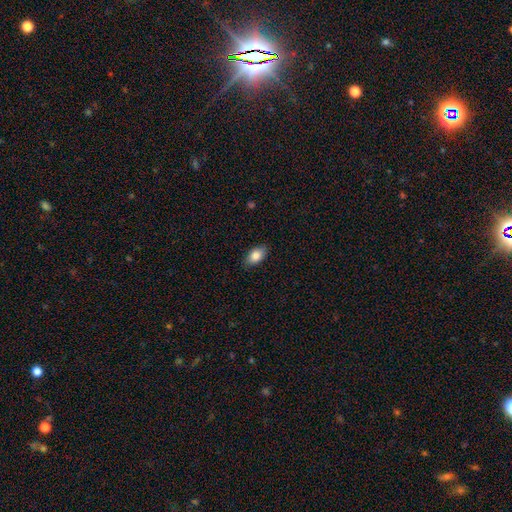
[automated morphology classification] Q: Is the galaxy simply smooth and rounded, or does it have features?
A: smooth — 84%.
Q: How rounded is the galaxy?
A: in between — 91%.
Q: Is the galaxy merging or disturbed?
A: none — 86%.